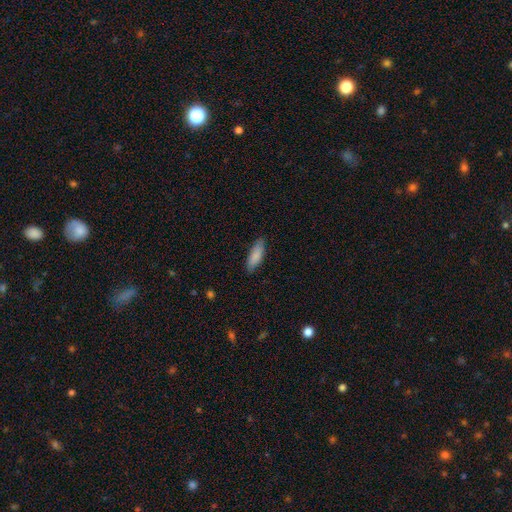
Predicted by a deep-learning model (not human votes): smooth_or_featured: smooth (p=0.84) [alt: featured or disk p=0.10]
how_rounded: in between (p=0.59) [alt: cigar-shaped p=0.40]
merging: none (p=0.83) [alt: minor disturbance p=0.14]